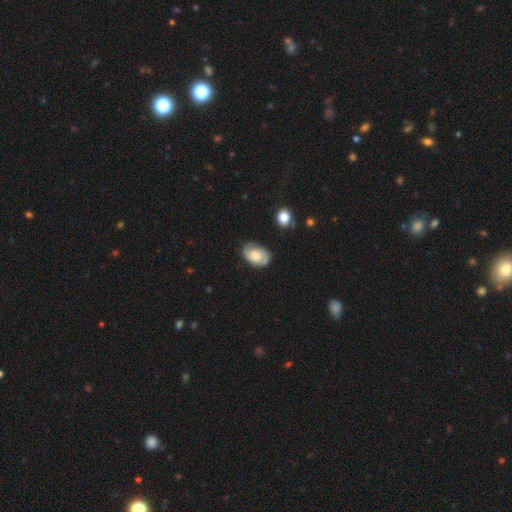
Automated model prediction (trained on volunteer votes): Smooth or featured: featured or disk — 56% (smooth — 36%)
Edge-on disk: no — 97% (yes — 3%)
Bar: no — 69% (weak — 26%)
Spiral arms: yes — 88% (no — 12%)
Bulge size: moderate — 35% (large — 26%)
Merging: none — 74% (minor disturbance — 18%)